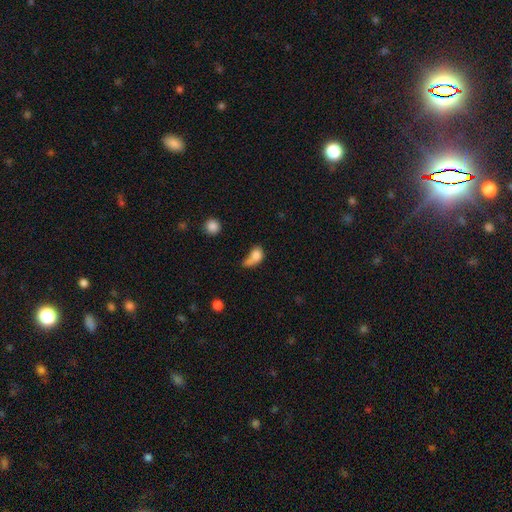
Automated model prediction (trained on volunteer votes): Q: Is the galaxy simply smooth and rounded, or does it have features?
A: smooth — 73%.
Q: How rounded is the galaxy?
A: in between — 63%.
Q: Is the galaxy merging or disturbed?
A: merger — 28%.